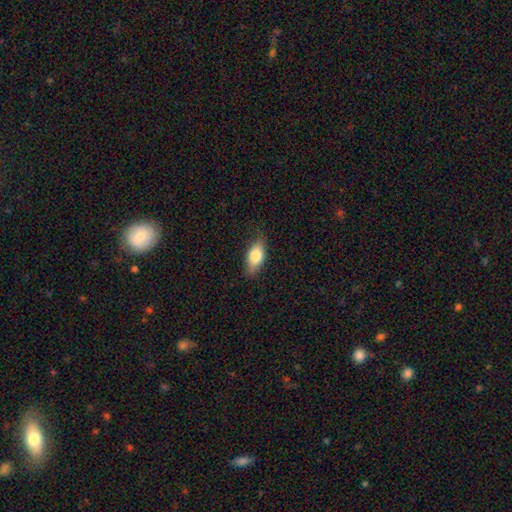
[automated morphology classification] The model was most divided on "smooth or featured": smooth: 75%, featured or disk: 18%, star or artifact: 7%. More confident: how rounded — in between (83%); merging — none (83%).